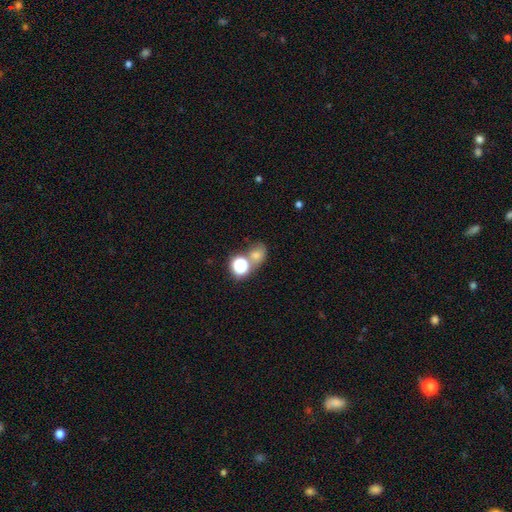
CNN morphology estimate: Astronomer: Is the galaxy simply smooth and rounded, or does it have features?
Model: smooth — 54% (runner-up: star or artifact, 33%).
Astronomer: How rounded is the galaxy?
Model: round — 66%.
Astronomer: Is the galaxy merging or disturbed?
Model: none — 52% (runner-up: merger, 31%).